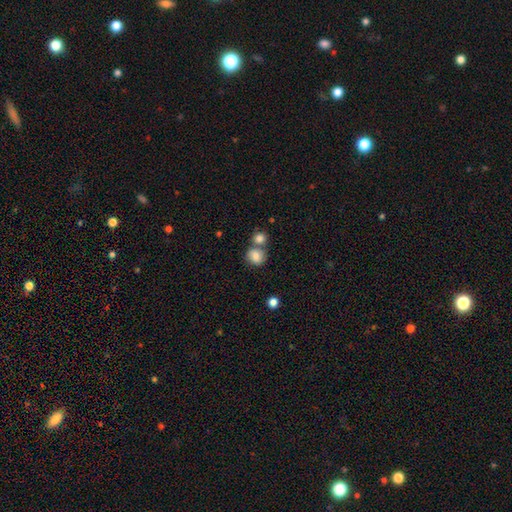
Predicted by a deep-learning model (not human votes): Morphology: type=smooth (80%); roundness=round (78%); merging=none (47%).